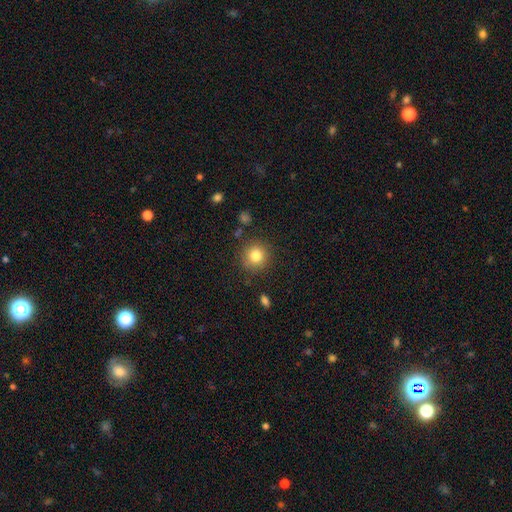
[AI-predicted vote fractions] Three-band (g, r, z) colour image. It shows a smooth galaxy with no disk features (81%) that is round (93%). Merging: none (86%).